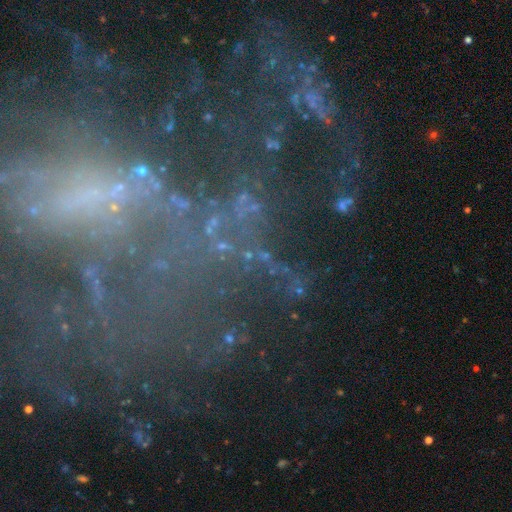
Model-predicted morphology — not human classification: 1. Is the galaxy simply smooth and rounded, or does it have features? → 55% star or artifact, 30% featured or disk, 15% smooth.